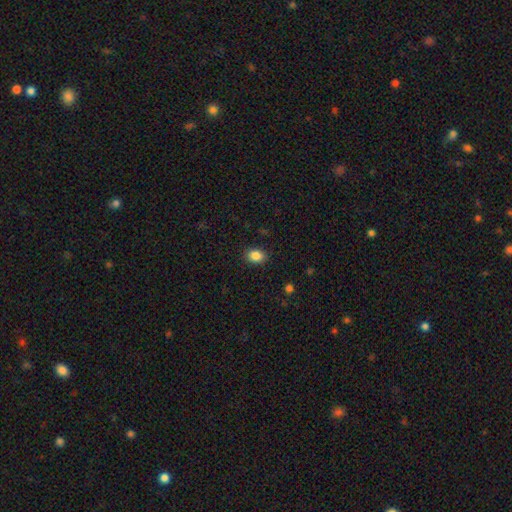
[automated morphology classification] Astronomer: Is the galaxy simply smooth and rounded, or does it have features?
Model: smooth — 87%.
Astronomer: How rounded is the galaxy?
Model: in between — 68%.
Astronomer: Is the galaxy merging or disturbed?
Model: none — 88%.